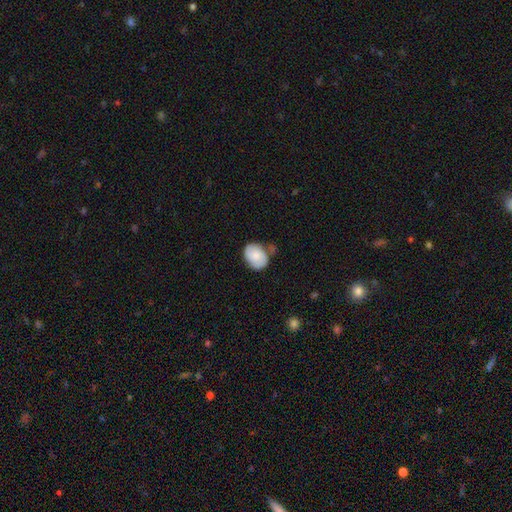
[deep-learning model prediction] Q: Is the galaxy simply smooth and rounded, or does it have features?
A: smooth — 66%.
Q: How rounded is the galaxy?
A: in between — 64%.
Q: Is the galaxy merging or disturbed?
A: none — 57%.